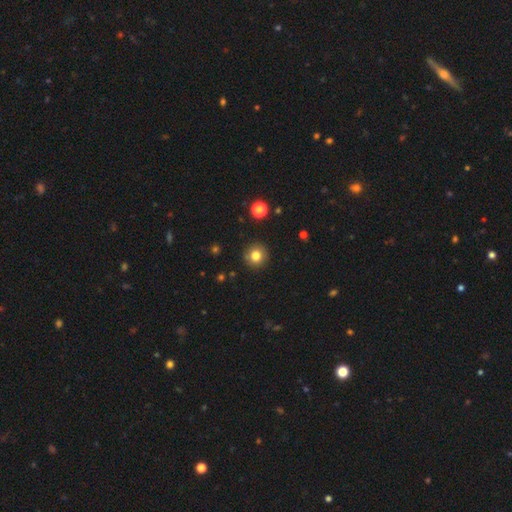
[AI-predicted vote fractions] This appears to be a smooth galaxy with no disk features (80%) that is round (93%). Merging: none (89%).